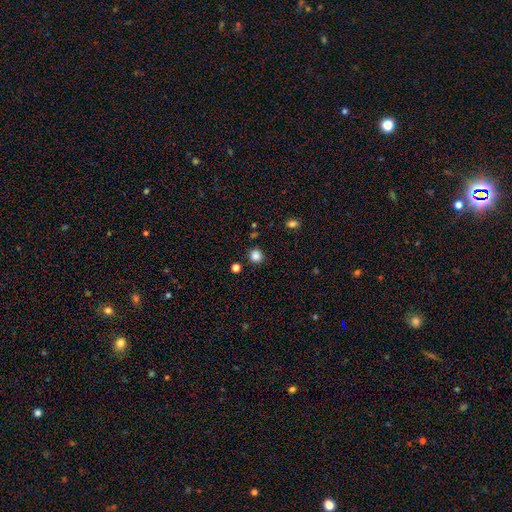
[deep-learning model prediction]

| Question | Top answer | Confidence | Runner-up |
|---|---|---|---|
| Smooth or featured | smooth | 84% | star or artifact (12%) |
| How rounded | round | 92% | in between (7%) |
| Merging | none | 89% | minor disturbance (6%) |